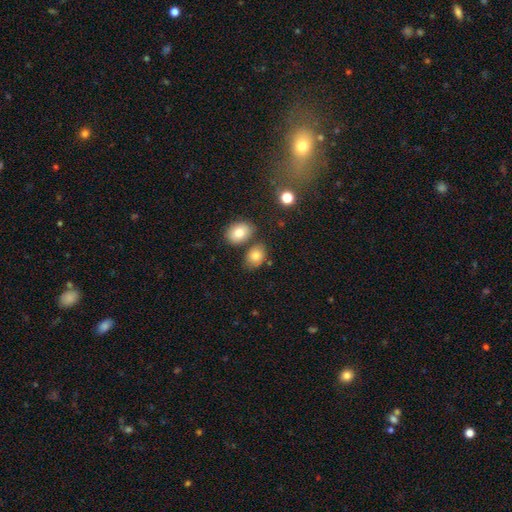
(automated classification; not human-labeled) The model was most divided on "how rounded": in between: 73%, round: 26%, cigar-shaped: 1%. More confident: smooth or featured — smooth (79%); merging — none (66%).